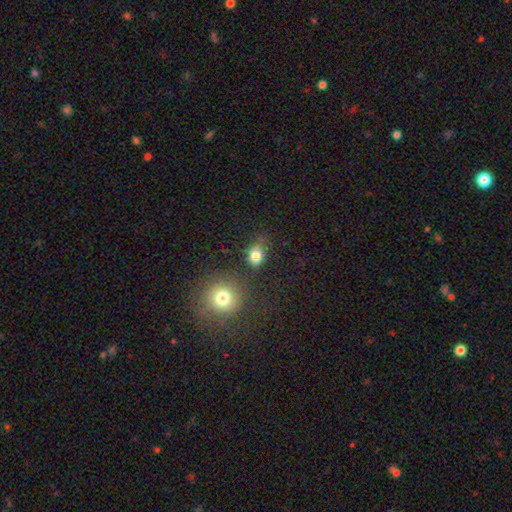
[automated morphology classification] Smooth or featured?
  - smooth: 81% *
  - star or artifact: 12%
  - featured or disk: 7%
How rounded?
  - round: 59% *
  - in between: 39%
  - cigar-shaped: 1%
Merging?
  - none: 63% *
  - minor disturbance: 21%
  - merger: 8%
  - major disturbance: 8%